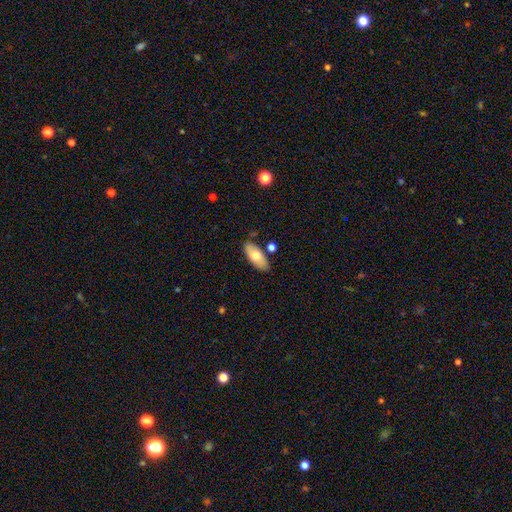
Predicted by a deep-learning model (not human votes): Morphology: type=smooth (72%); roundness=in between (86%); merging=none (81%).